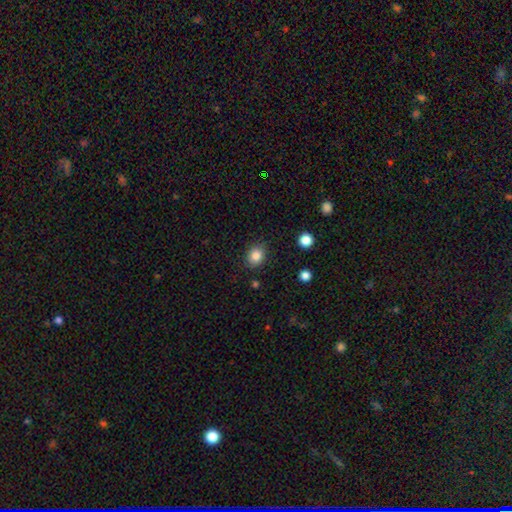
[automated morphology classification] Smooth or featured?
  - smooth: 85% *
  - star or artifact: 10%
  - featured or disk: 5%
How rounded?
  - round: 56% *
  - in between: 43%
  - cigar-shaped: 1%
Merging?
  - none: 86% *
  - minor disturbance: 10%
  - major disturbance: 3%
  - merger: 1%